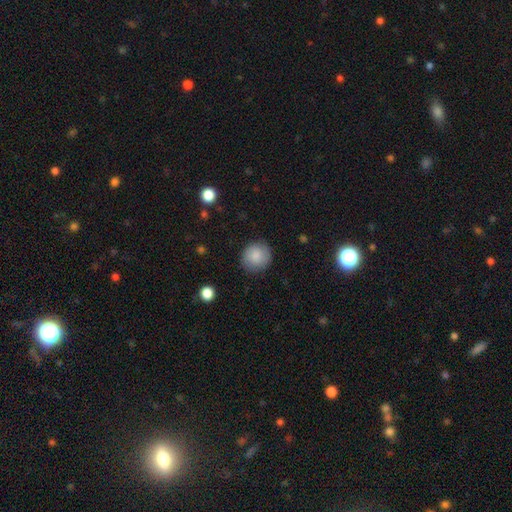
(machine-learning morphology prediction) Q: Smooth or featured?
A: smooth (85%); runner-up: star or artifact (7%)
Q: How rounded?
A: round (87%); runner-up: in between (12%)
Q: Merging?
A: none (86%); runner-up: minor disturbance (11%)